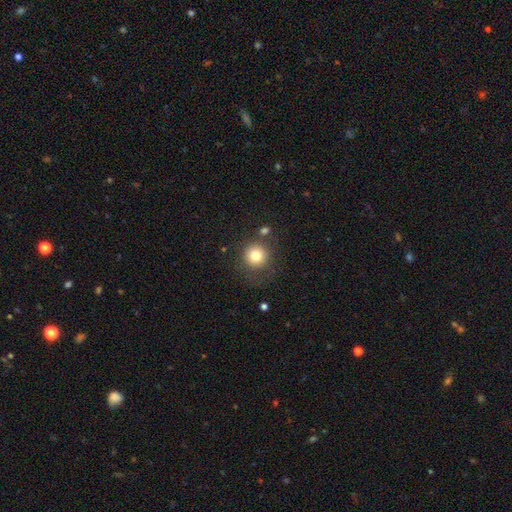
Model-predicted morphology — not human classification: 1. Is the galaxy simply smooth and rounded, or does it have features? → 79% smooth, 11% star or artifact, 10% featured or disk.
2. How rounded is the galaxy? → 93% round, 6% in between, 1% cigar-shaped.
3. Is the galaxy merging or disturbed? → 73% none, 13% minor disturbance, 7% merger, 7% major disturbance.